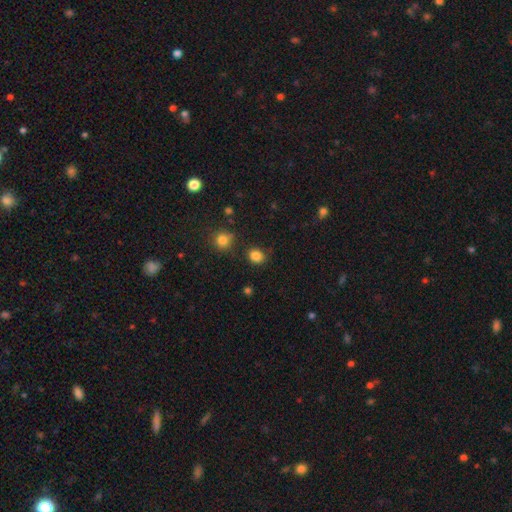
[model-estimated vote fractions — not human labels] Morphology: type=smooth (84%); roundness=round (68%); merging=none (83%).